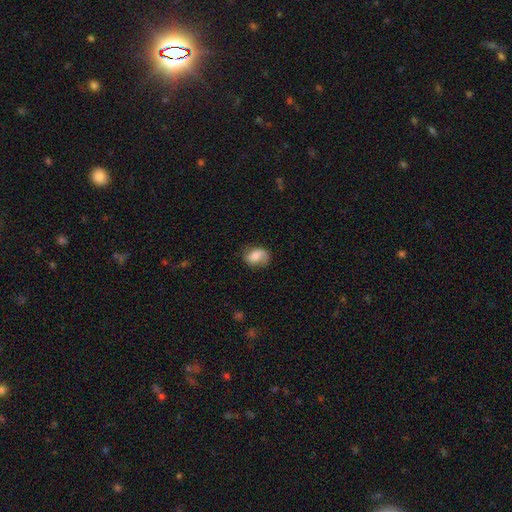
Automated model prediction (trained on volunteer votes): This is likely a smooth galaxy (61%). How rounded: likely in between (71%). Merging: likely none (61%).